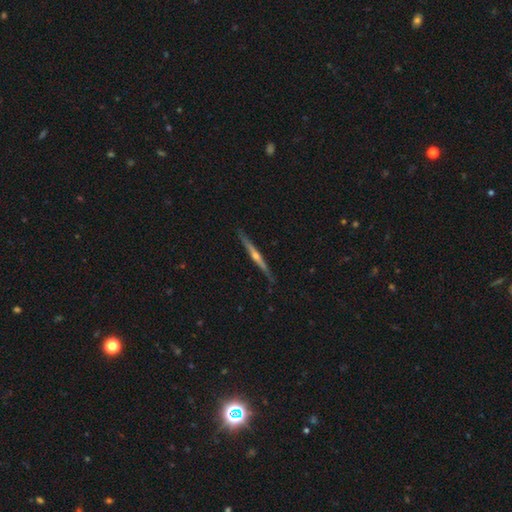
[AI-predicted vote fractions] Smooth or featured? featured or disk (81%)
Edge-on disk? yes (98%)
Edge-on bulge? rounded (83%)
Merging? none (90%)